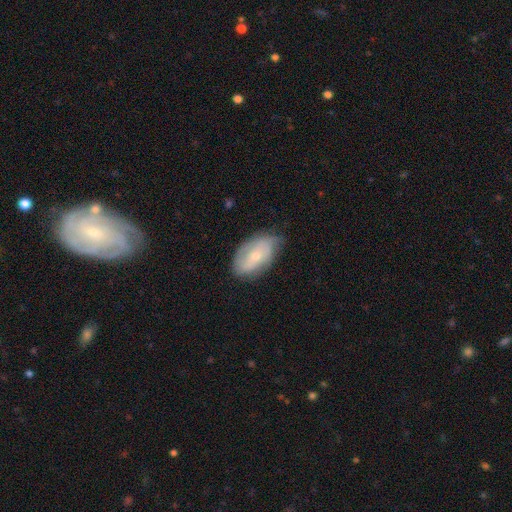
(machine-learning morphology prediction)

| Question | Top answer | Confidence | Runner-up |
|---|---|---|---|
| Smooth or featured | featured or disk | 52% | smooth (41%) |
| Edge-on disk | no | 92% | yes (8%) |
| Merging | none | 60% | minor disturbance (30%) |